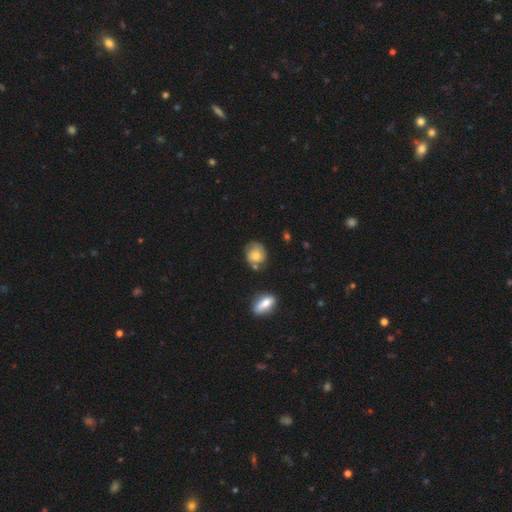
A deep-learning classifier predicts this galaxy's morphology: Overall: smooth (61%; featured or disk 30%). How rounded: round (70%). Merging: none (61%; minor disturbance 24%).